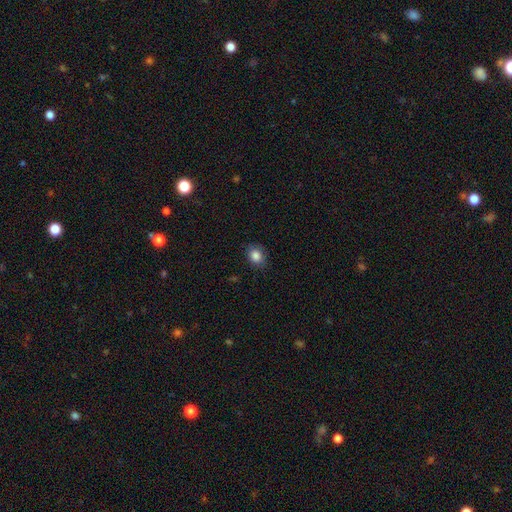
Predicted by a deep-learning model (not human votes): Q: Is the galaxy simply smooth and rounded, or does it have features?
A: smooth — 86%.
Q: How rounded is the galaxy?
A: round — 50%.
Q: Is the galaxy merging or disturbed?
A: none — 84%.